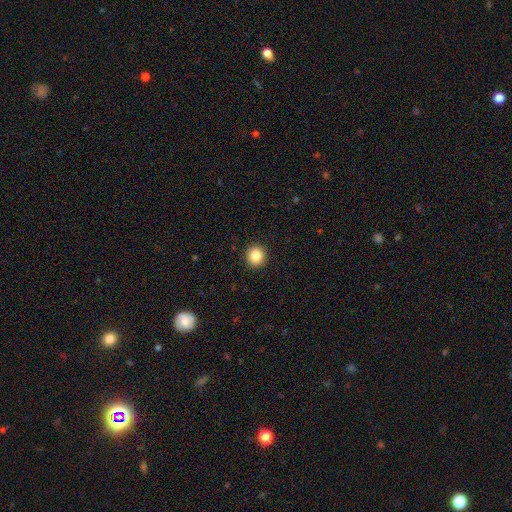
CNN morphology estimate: Q: Smooth or featured?
A: smooth (85%); runner-up: star or artifact (10%)
Q: How rounded?
A: round (92%); runner-up: in between (7%)
Q: Merging?
A: none (93%); runner-up: minor disturbance (5%)